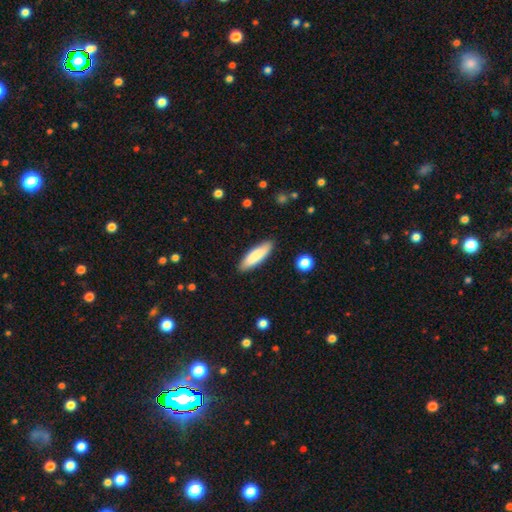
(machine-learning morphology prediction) Smooth or featured?
  - smooth: 83% *
  - featured or disk: 11%
  - star or artifact: 6%
How rounded?
  - cigar-shaped: 54% *
  - in between: 44%
  - round: 2%
Merging?
  - none: 88% *
  - minor disturbance: 9%
  - major disturbance: 2%
  - merger: 1%